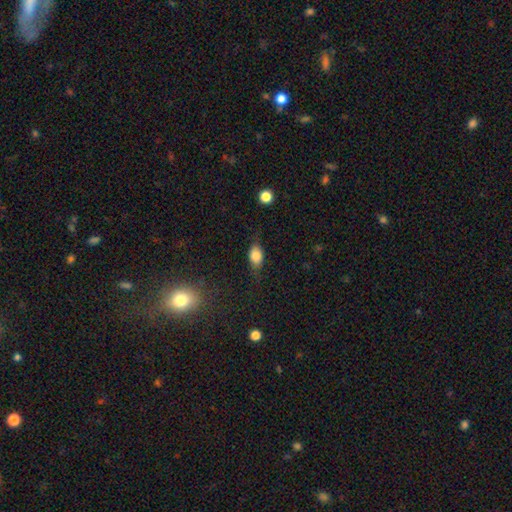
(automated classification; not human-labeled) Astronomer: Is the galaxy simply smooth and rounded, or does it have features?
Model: smooth — 74%.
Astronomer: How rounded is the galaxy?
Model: in between — 79%.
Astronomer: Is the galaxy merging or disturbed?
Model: none — 68%.